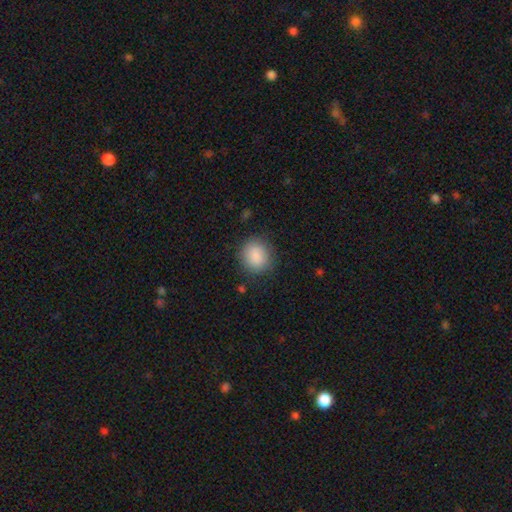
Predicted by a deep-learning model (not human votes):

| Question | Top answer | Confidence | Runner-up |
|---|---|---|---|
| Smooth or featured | smooth | 88% | star or artifact (7%) |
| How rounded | round | 79% | in between (20%) |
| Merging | none | 85% | minor disturbance (10%) |